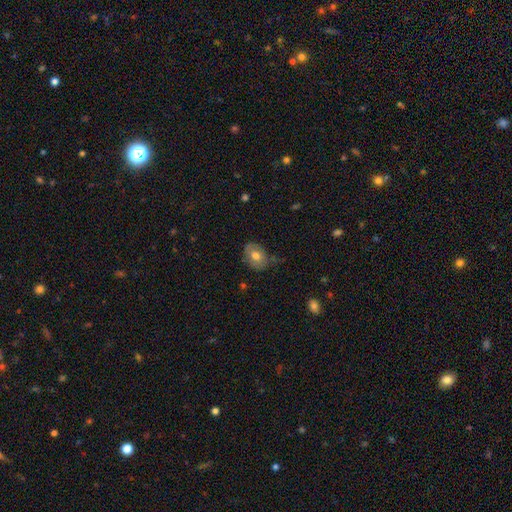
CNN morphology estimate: Smooth or featured? Predicted: smooth (p=0.67). How rounded? Predicted: in between (p=0.68). Merging? Predicted: none (p=0.64).